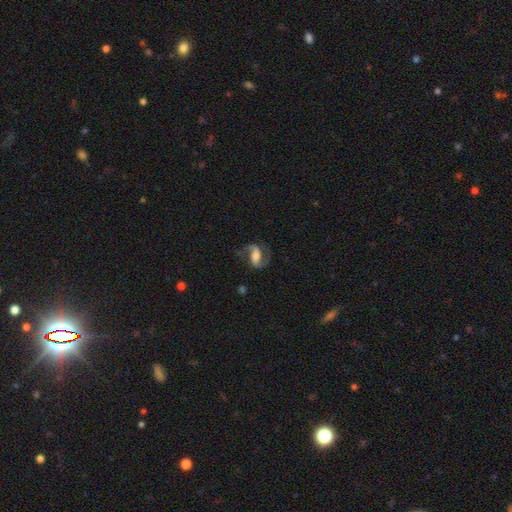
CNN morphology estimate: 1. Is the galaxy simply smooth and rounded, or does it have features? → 82% featured or disk, 12% smooth, 6% star or artifact.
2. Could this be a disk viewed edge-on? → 96% no, 4% yes.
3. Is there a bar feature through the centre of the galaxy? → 42% strong, 36% weak, 23% no.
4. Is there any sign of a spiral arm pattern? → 95% yes, 5% no.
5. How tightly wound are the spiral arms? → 49% medium, 37% loose, 14% tight.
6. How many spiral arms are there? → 90% 2, 4% 1, 3% can't tell, 1% 3, 1% 4, 1% more than 4.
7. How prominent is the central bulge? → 52% moderate, 24% small, 17% large, 5% none, 2% dominant.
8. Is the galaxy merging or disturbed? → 71% none, 15% minor disturbance, 12% major disturbance, 2% merger.